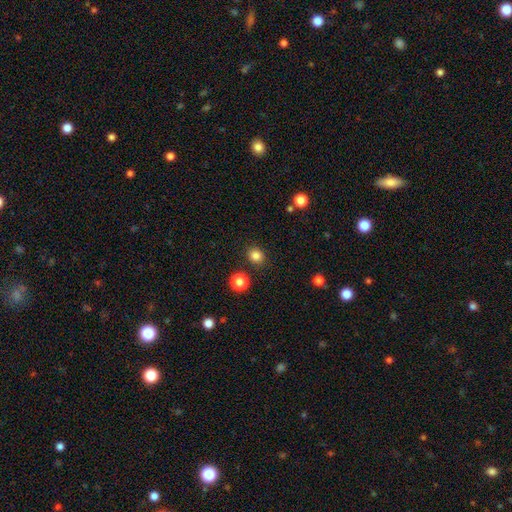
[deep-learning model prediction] Smooth or featured? smooth (84%)
How rounded? round (81%)
Merging? none (89%)